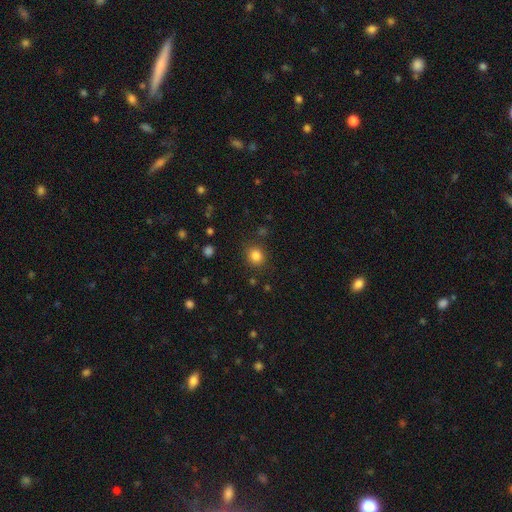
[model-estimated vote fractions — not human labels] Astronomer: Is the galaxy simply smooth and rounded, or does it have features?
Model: smooth — 84%.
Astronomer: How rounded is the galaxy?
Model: round — 84%.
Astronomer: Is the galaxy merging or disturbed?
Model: none — 86%.